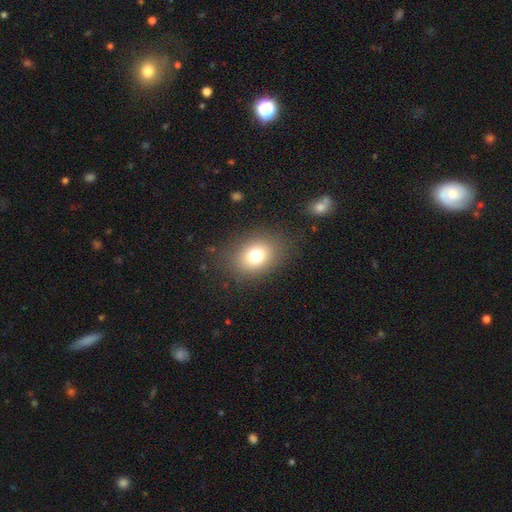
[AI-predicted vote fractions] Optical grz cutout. It shows a smooth galaxy with no disk features (76%) that is in between round and cigar-shaped (56%). Merging: none (83%).